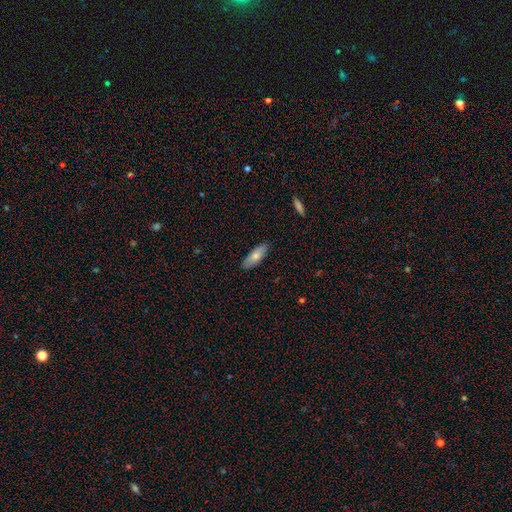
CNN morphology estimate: Smooth or featured?
  - smooth: 73% *
  - featured or disk: 21%
  - star or artifact: 6%
How rounded?
  - in between: 70% *
  - cigar-shaped: 28%
  - round: 2%
Merging?
  - none: 85% *
  - minor disturbance: 11%
  - major disturbance: 2%
  - merger: 1%